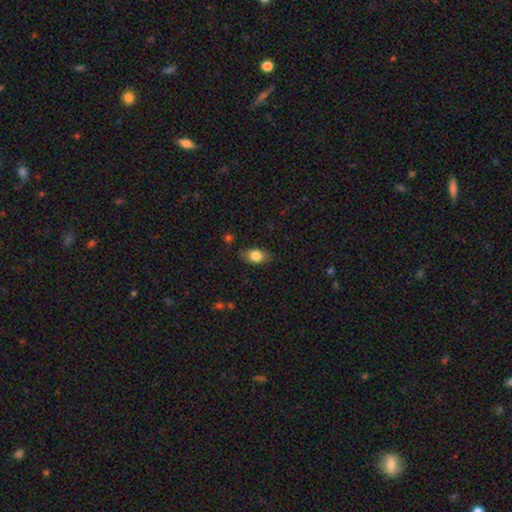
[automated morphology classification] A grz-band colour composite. It shows a smooth galaxy with no disk features (82%) that is in between round and cigar-shaped (84%). Merging: none (79%).